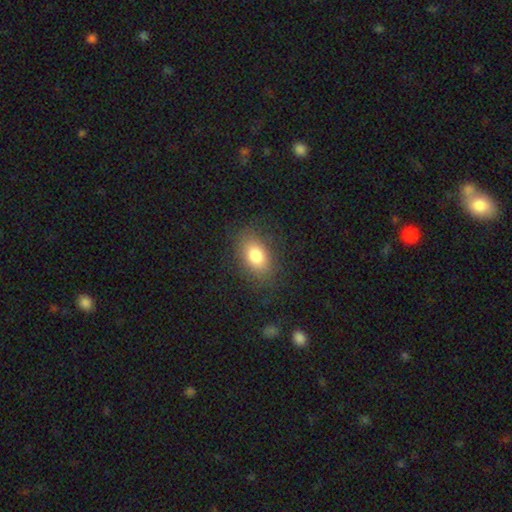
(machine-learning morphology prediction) Smooth or featured? Predicted: smooth (p=0.80). How rounded? Predicted: in between (p=0.86). Merging? Predicted: none (p=0.82).